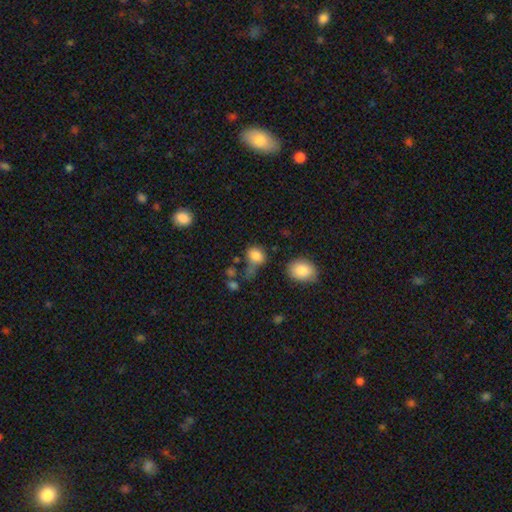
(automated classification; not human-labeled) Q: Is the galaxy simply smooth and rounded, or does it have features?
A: smooth — 82%.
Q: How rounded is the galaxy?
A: in between — 51%.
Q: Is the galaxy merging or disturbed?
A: none — 45%.